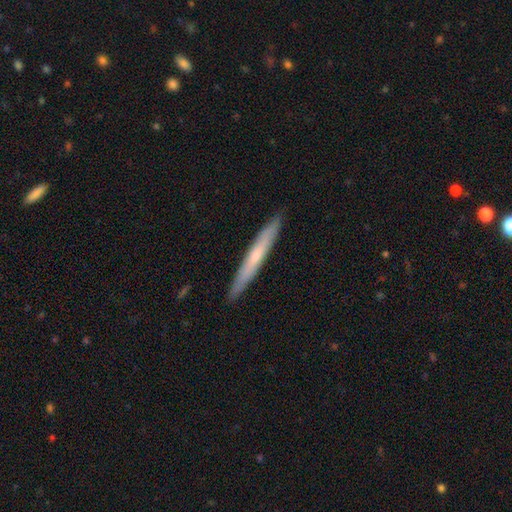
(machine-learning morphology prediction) This appears to be a smooth galaxy with no disk features (50%) that is cigar-shaped (96%). Merging: none (92%).